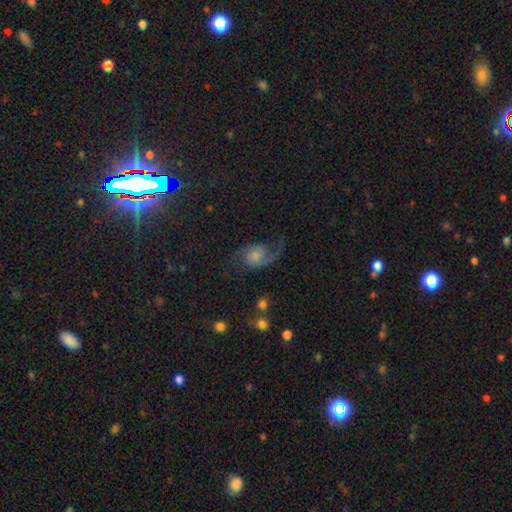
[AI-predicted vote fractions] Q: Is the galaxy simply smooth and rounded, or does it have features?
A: featured or disk — 79%.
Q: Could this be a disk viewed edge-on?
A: no — 98%.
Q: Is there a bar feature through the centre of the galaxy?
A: no — 66%.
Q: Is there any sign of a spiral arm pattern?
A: yes — 96%.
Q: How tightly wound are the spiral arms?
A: loose — 53%.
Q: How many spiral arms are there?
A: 2 — 90%.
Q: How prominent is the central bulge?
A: moderate — 39%.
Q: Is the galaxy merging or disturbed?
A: none — 66%.